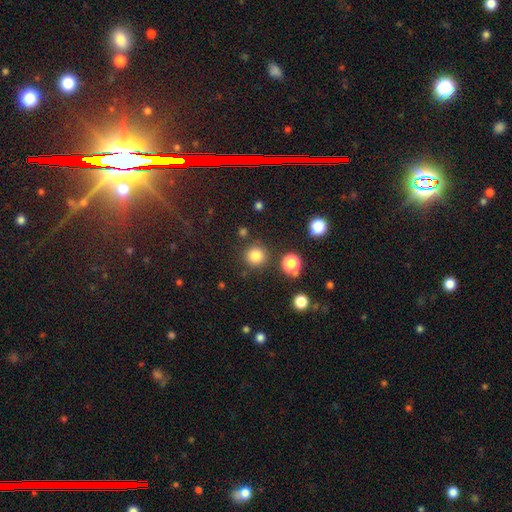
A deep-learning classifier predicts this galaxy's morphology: Smooth or featured: smooth — 82% (star or artifact — 14%)
How rounded: round — 94% (in between — 5%)
Merging: none — 85% (minor disturbance — 8%)